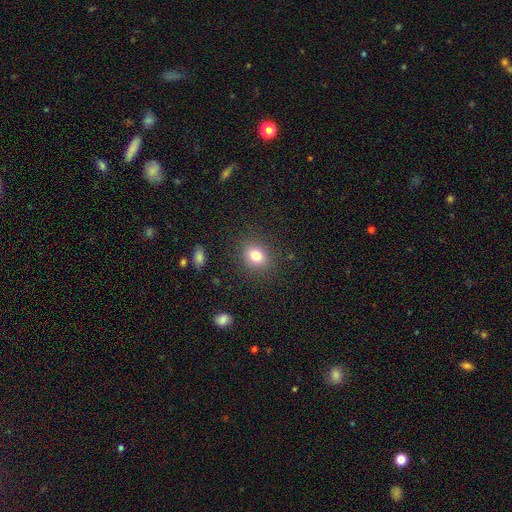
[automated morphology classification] Smooth or featured: smooth — 80% (star or artifact — 12%)
How rounded: round — 59% (in between — 39%)
Merging: none — 86% (minor disturbance — 9%)